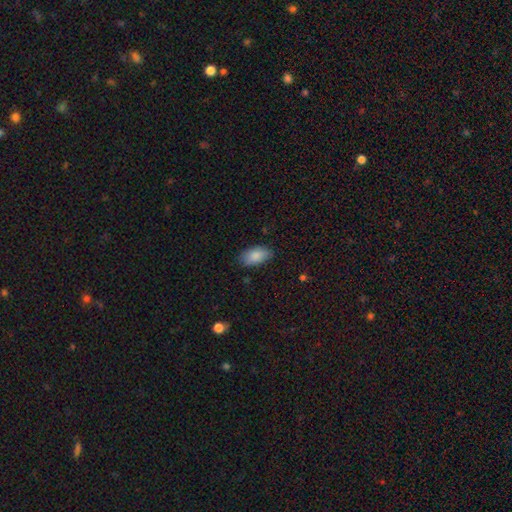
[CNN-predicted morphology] Overall: smooth (87%). How rounded: in between (94%). Merging: none (81%).